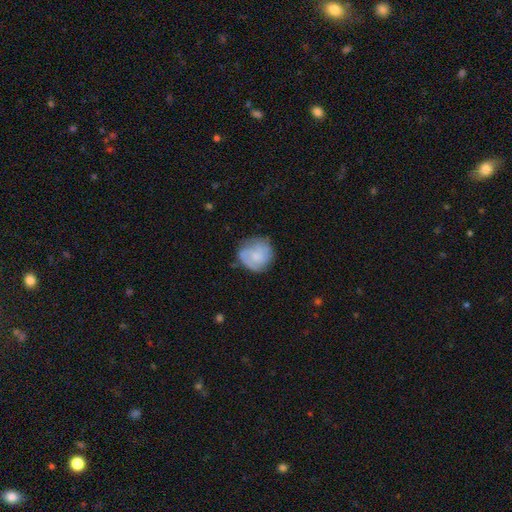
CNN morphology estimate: A smooth galaxy with no disk features (53%) that is round (87%).

Vote fractions:
- Smooth or featured? smooth: 53% / featured or disk: 40% / star or artifact: 7%
- How rounded? round: 87% / in between: 12% / cigar-shaped: 1%
- Merging? none: 69% / minor disturbance: 22% / major disturbance: 8% / merger: 2%